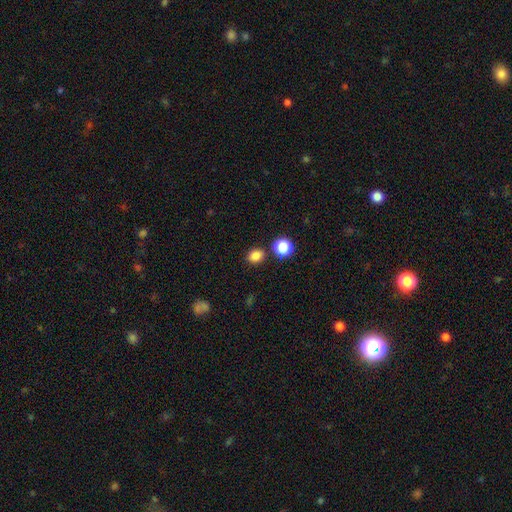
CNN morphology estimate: smooth 83%, star or artifact 13%, featured or disk 4%. Down the decision tree: how rounded — round (57%); merging — none (80%).